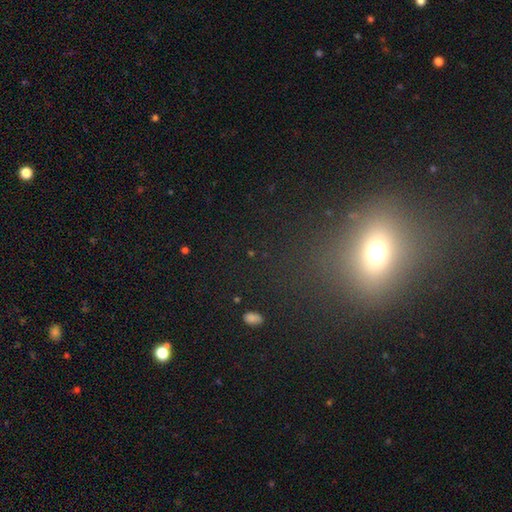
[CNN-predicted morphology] Overall: smooth (46%; star or artifact 40%). Merging: none (78%).